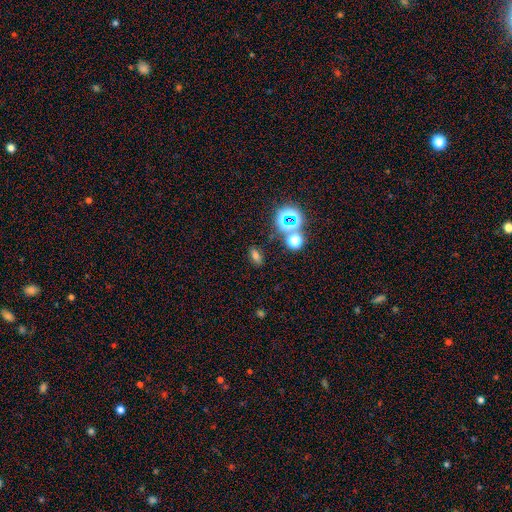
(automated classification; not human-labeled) Overall: smooth (62%; star or artifact 26%). How rounded: in between (75%). Merging: none (84%).